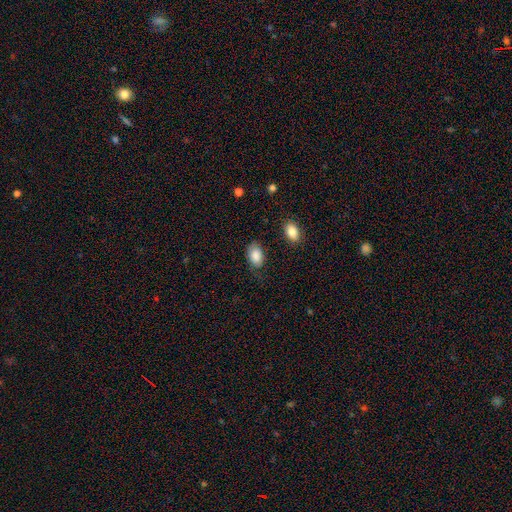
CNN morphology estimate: Q: Smooth or featured?
A: smooth (86%); runner-up: star or artifact (7%)
Q: How rounded?
A: in between (90%); runner-up: round (9%)
Q: Merging?
A: none (66%); runner-up: minor disturbance (24%)